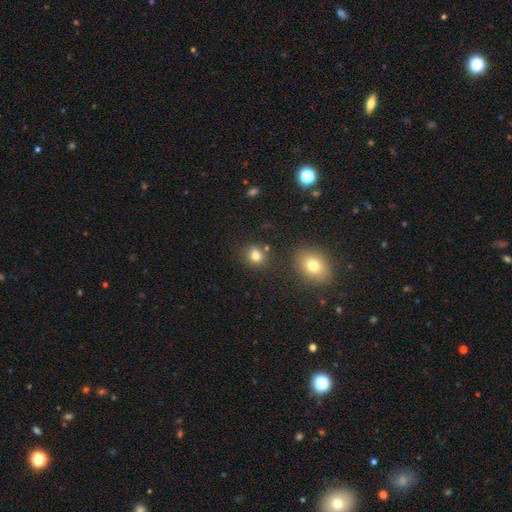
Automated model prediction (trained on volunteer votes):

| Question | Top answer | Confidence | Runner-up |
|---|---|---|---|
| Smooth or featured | smooth | 79% | star or artifact (13%) |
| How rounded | round | 65% | in between (34%) |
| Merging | none | 72% | minor disturbance (13%) |